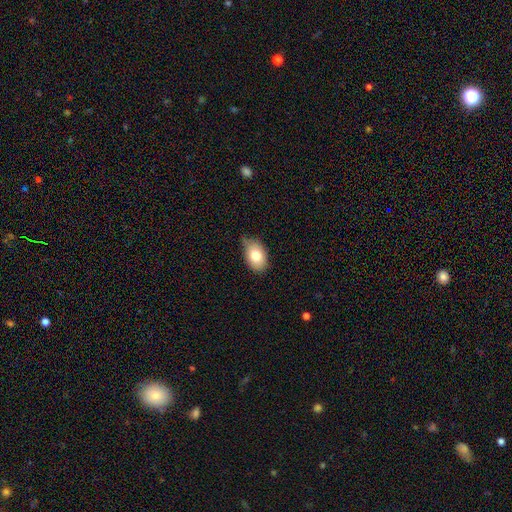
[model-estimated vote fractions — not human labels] smooth 79%, featured or disk 13%, star or artifact 8%. Down the decision tree: how rounded — in between (87%); merging — none (65%).